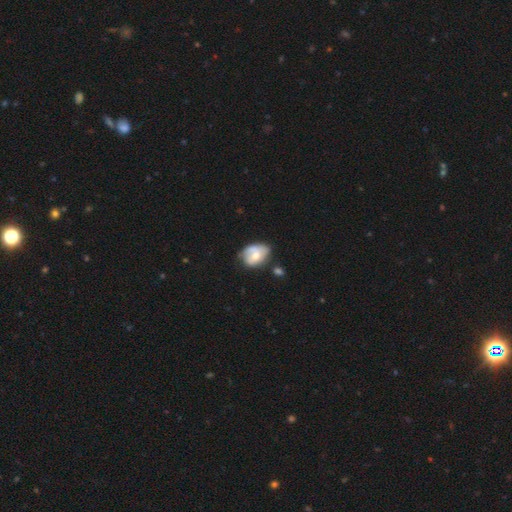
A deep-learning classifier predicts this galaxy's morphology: Smooth or featured: smooth — 50% (featured or disk — 42%)
How rounded: in between — 64% (round — 35%)
Merging: none — 43% (minor disturbance — 33%)